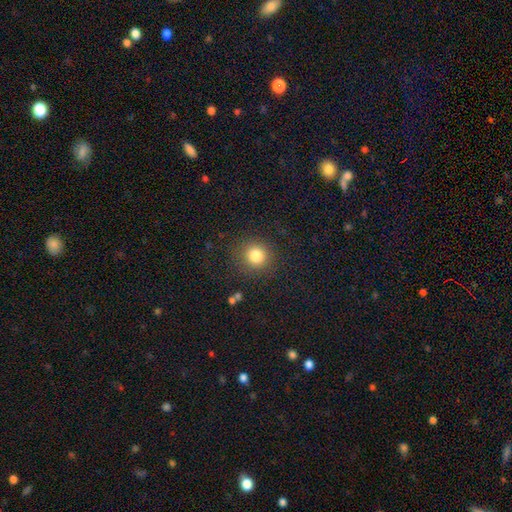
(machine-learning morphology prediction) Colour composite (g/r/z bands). It shows a smooth galaxy with no disk features (81%) that is round (91%). Merging: none (87%).